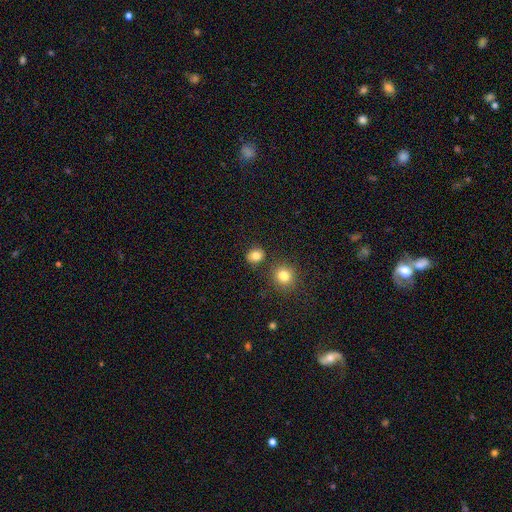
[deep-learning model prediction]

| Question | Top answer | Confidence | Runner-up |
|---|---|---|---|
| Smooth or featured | smooth | 82% | star or artifact (12%) |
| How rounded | round | 64% | in between (35%) |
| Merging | none | 80% | minor disturbance (10%) |